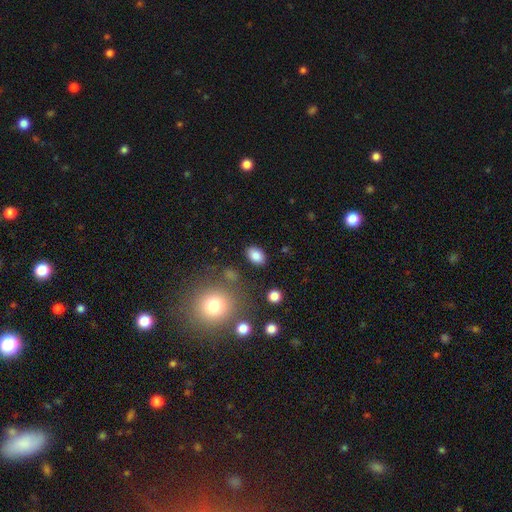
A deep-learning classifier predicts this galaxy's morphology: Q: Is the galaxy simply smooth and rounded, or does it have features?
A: smooth — 84%.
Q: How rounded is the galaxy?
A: in between — 84%.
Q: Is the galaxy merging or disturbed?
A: none — 85%.